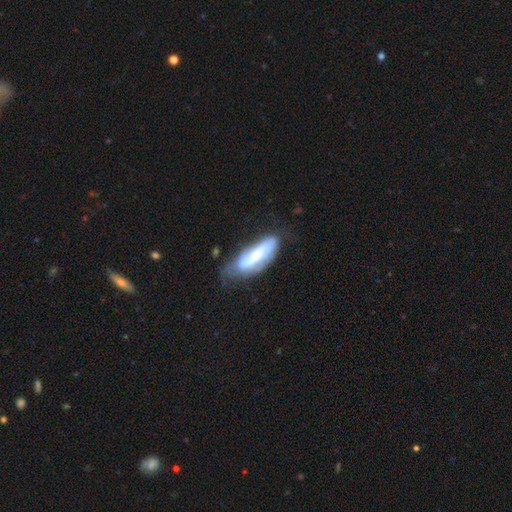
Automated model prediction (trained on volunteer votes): A featured or disk galaxy (54%).

Vote fractions:
- Smooth or featured? featured or disk: 54% / smooth: 39% / star or artifact: 7%
- Edge-on disk? no: 80% / yes: 20%
- Merging? none: 48% / minor disturbance: 33% / major disturbance: 15% / merger: 4%